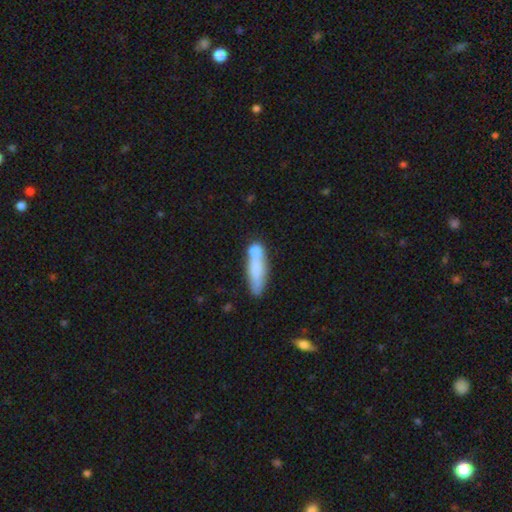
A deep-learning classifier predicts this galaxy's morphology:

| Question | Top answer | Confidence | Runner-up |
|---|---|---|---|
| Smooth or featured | smooth | 70% | featured or disk (24%) |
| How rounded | cigar-shaped | 68% | in between (29%) |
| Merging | none | 49% | merger (28%) |